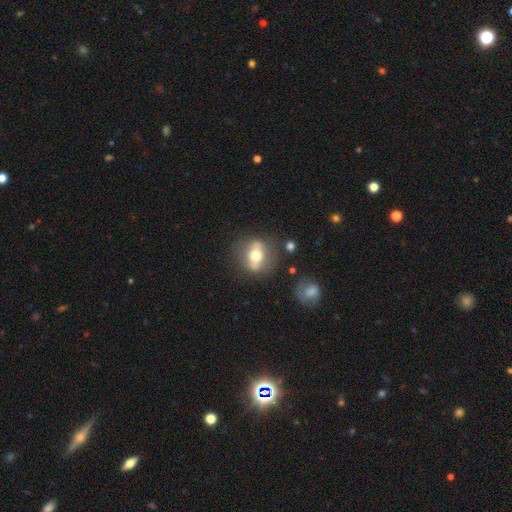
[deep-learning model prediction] Overall: featured or disk (51%; smooth 42%). Edge-on disk: no (63%; yes 37%). Merging: none (76%).